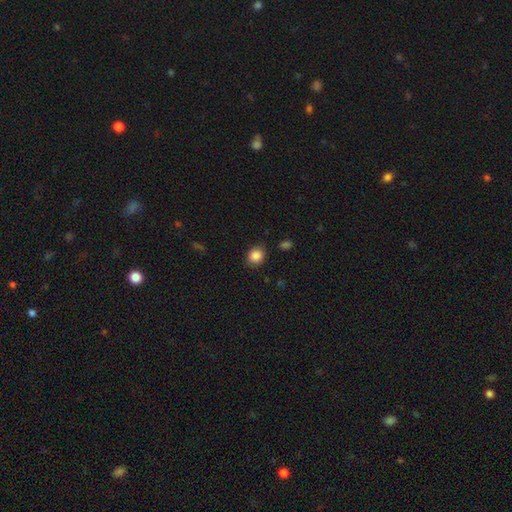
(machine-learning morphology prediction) type=smooth (86%); roundness=round (66%); merging=none (84%).